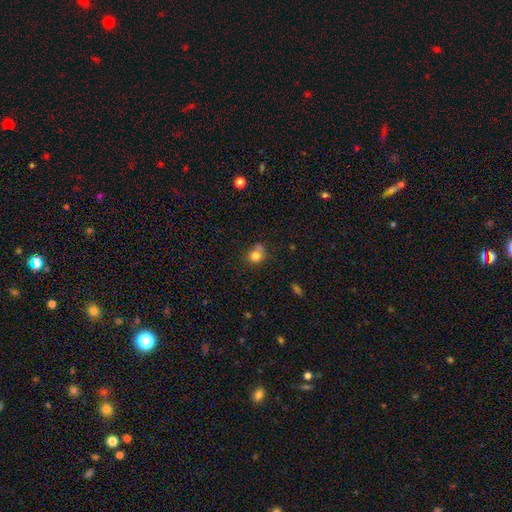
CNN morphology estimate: Smooth or featured? Predicted: smooth (p=0.79). How rounded? Predicted: round (p=0.77). Merging? Predicted: none (p=0.52).